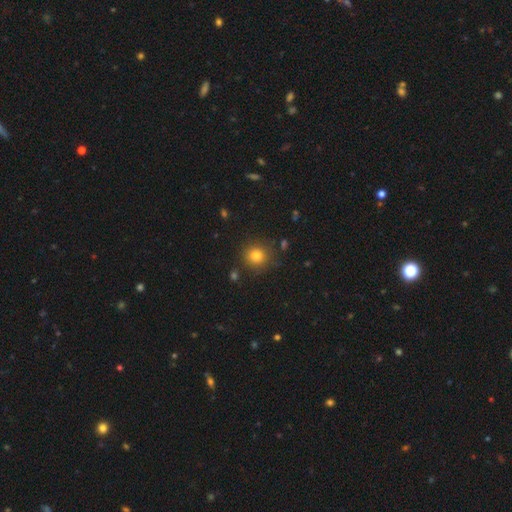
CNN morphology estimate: A smooth galaxy with no disk features (79%) that is round (90%). Merging: none (86%).